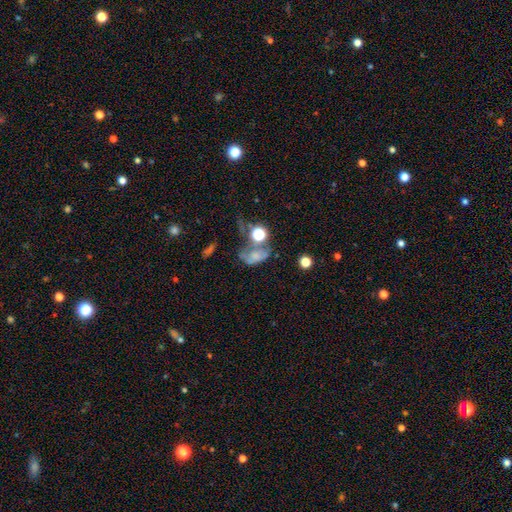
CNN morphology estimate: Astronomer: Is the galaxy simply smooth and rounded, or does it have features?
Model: smooth — 51% (runner-up: featured or disk, 30%).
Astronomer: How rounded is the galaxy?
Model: in between — 73%.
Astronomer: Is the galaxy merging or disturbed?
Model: major disturbance — 32% (runner-up: merger, 25%).